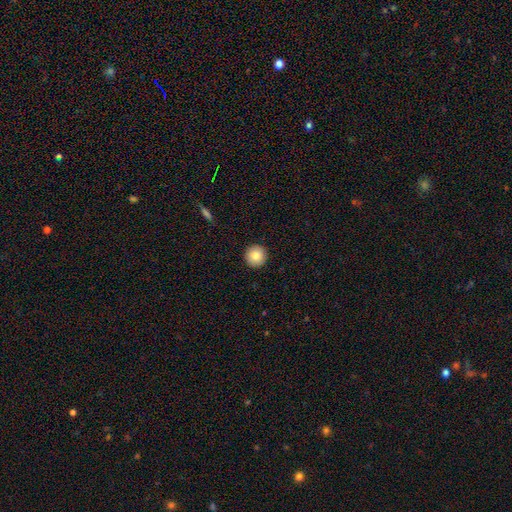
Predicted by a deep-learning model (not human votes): This appears to be a smooth galaxy with no disk features (84%) that is round (95%). Merging: none (93%).